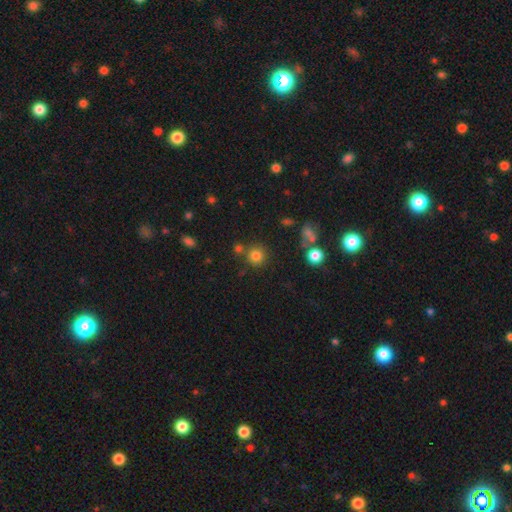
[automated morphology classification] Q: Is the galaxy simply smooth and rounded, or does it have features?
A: smooth — 79%.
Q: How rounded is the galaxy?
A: round — 92%.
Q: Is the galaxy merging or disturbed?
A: none — 76%.